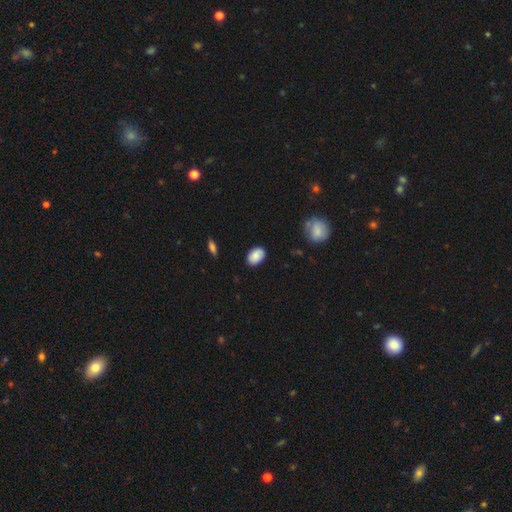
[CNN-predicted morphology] Overall: smooth (85%). How rounded: in between (87%). Merging: none (83%).